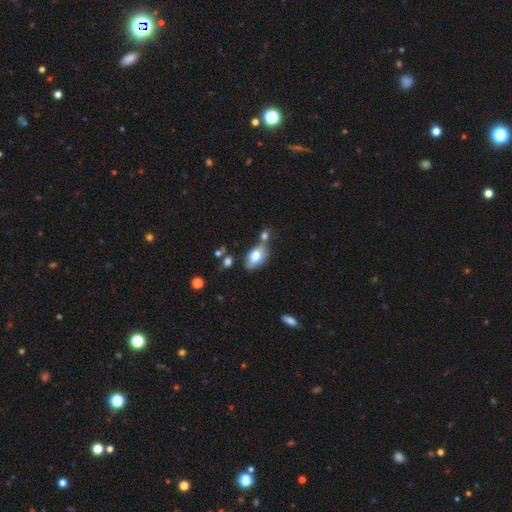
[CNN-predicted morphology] Q: Smooth or featured?
A: smooth (72%); runner-up: featured or disk (20%)
Q: How rounded?
A: in between (88%); runner-up: round (9%)
Q: Merging?
A: none (49%); runner-up: merger (25%)